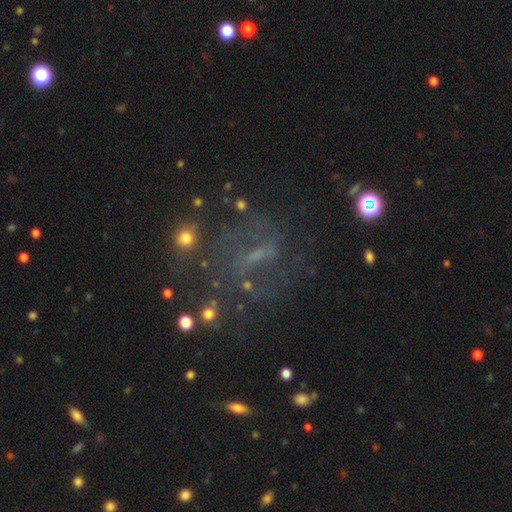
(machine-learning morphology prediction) Smooth or featured? featured or disk (58%)
Edge-on disk? no (92%)
Bar? weak (42%)
Spiral arms? yes (65%)
Bulge size? small (47%)
Merging? none (58%)